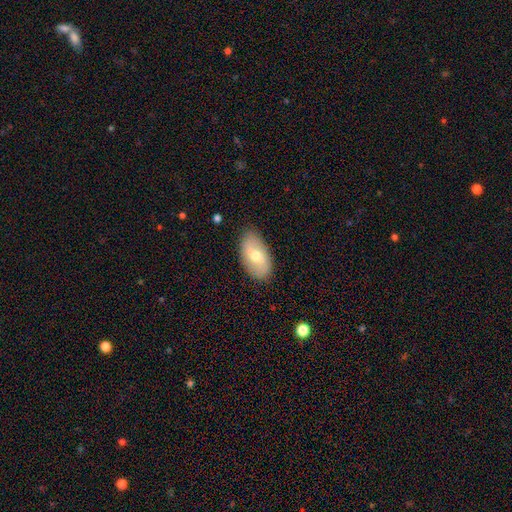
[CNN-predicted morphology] type=smooth (58%); roundness=in between (93%); merging=none (83%).